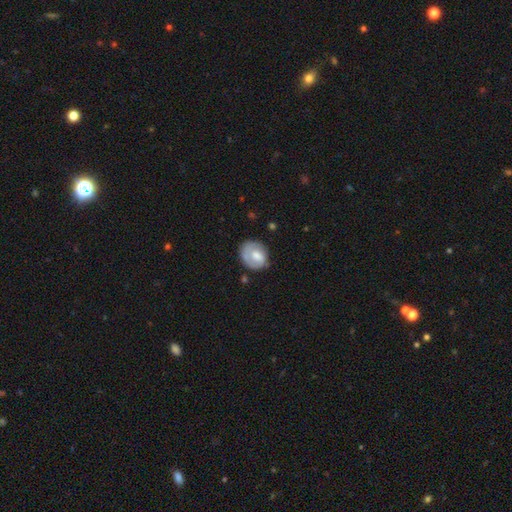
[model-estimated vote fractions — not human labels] smooth-or-featured: smooth: 56% | featured or disk: 37% | star or artifact: 7%
  how-rounded: round: 61% | in between: 38% | cigar-shaped: 1%
  merging: none: 60% | minor disturbance: 26% | major disturbance: 12% | merger: 3%